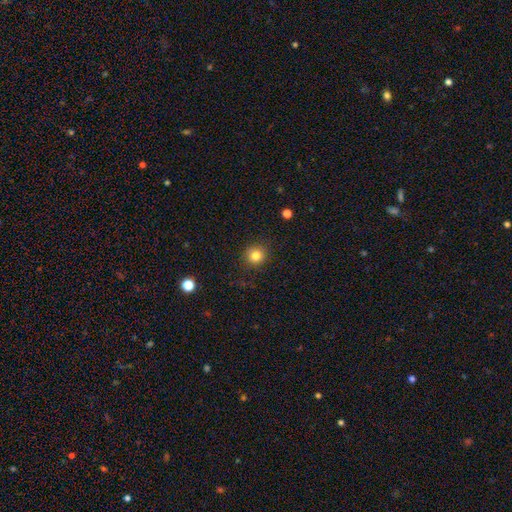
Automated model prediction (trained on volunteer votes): smooth_or_featured: smooth (p=0.82) [alt: star or artifact p=0.12]
how_rounded: round (p=0.89) [alt: in between p=0.10]
merging: none (p=0.88) [alt: minor disturbance p=0.08]